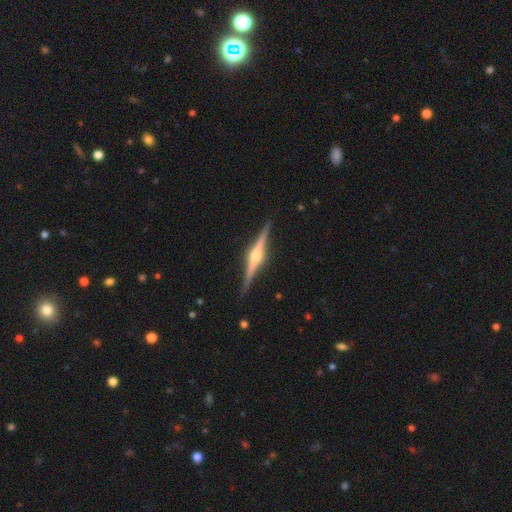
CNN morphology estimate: A featured or disk galaxy (86%) viewed edge-on (99%) with a rounded central bulge (93%).

Vote fractions:
- Smooth or featured? featured or disk: 86% / smooth: 9% / star or artifact: 5%
- Edge-on disk? yes: 99% / no: 1%
- Edge-on bulge? rounded: 93% / boxy: 5% / none: 2%
- Merging? none: 91% / minor disturbance: 7% / major disturbance: 1% / merger: 1%